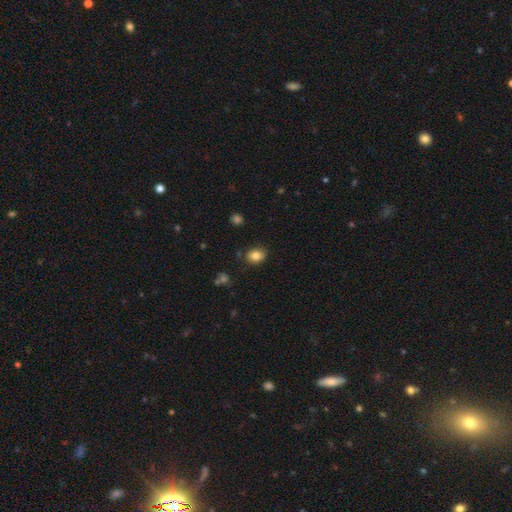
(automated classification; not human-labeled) Smooth or featured?
  - smooth: 82% *
  - star or artifact: 10%
  - featured or disk: 8%
How rounded?
  - in between: 52% *
  - round: 47%
  - cigar-shaped: 1%
Merging?
  - none: 82% *
  - minor disturbance: 13%
  - major disturbance: 3%
  - merger: 2%